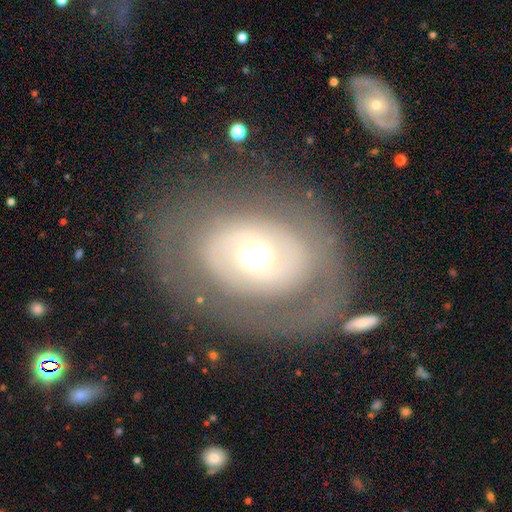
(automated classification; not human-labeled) A featured or disk galaxy (57%) with no bar (83%), no spiral arms (69%) and a moderate central bulge (55%).

Vote fractions:
- Smooth or featured? featured or disk: 57% / smooth: 35% / star or artifact: 9%
- Edge-on disk? no: 94% / yes: 6%
- Bar? no: 83% / weak: 12% / strong: 5%
- Spiral arms? no: 69% / yes: 31%
- Bulge size? moderate: 55% / large: 27% / small: 10% / dominant: 7% / none: 1%
- Merging? none: 72% / major disturbance: 13% / minor disturbance: 13% / merger: 3%